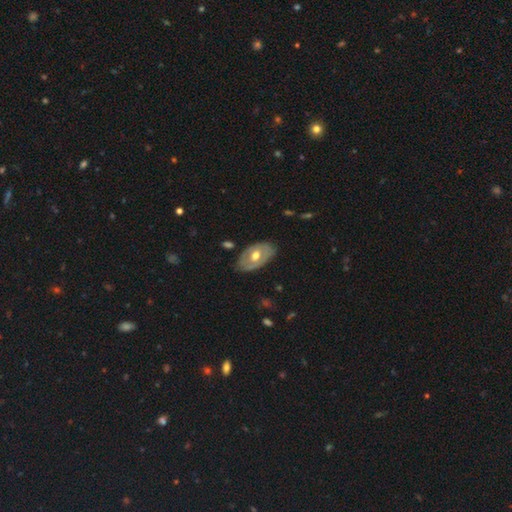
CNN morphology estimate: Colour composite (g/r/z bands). It shows a featured or disk galaxy (55%). Merging: none (75%).